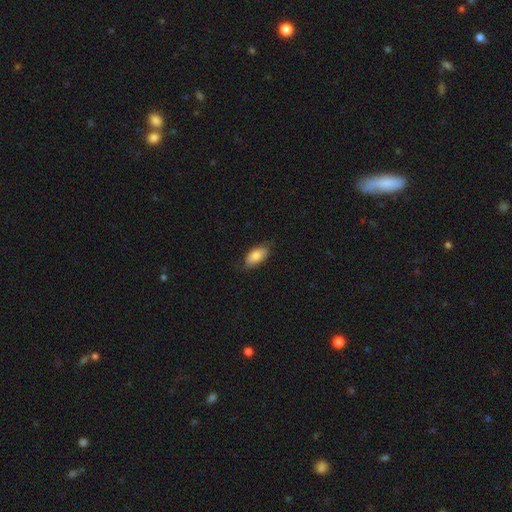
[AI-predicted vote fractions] This is clearly a smooth galaxy (82%). How rounded: clearly in between (92%). Merging: likely none (77%).